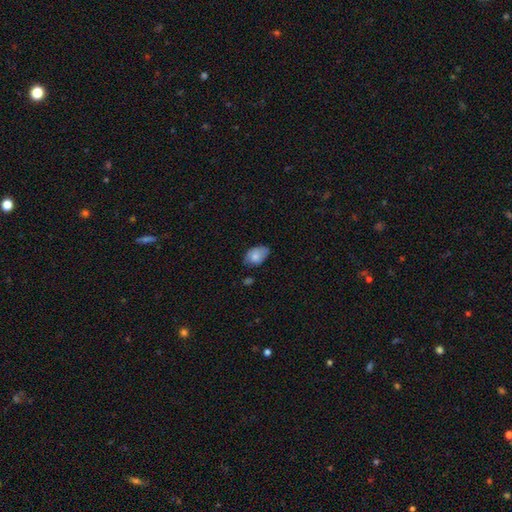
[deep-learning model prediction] This is likely a smooth galaxy (76%). How rounded: clearly in between (87%). Merging: possibly none (59%).